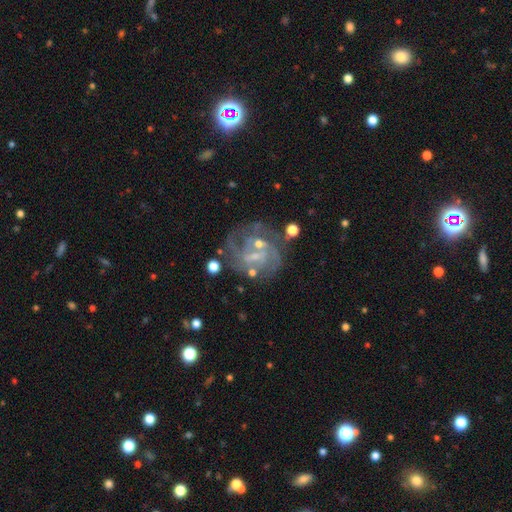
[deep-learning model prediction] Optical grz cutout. It shows a featured or disk galaxy (80%) with a weak bar (47%), tight (48%) spiral arms (88%) and a small central bulge (64%). Merging: none (63%).